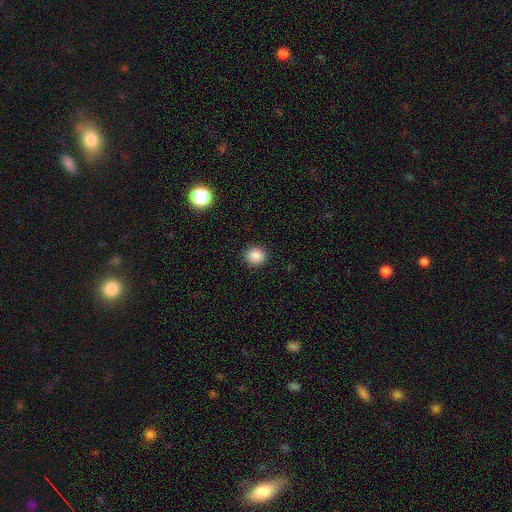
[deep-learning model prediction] Smooth or featured?
  - smooth: 87% *
  - star or artifact: 10%
  - featured or disk: 3%
How rounded?
  - round: 82% *
  - in between: 17%
  - cigar-shaped: 1%
Merging?
  - none: 91% *
  - minor disturbance: 6%
  - major disturbance: 2%
  - merger: 1%